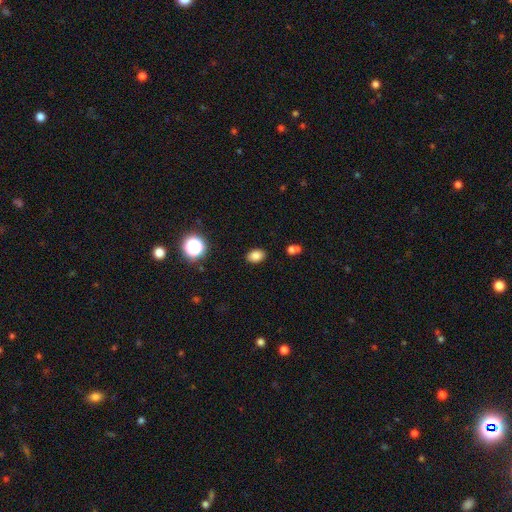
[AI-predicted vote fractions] smooth_or_featured: smooth (p=0.83) [alt: star or artifact p=0.12]
how_rounded: in between (p=0.81) [alt: round p=0.18]
merging: none (p=0.87) [alt: minor disturbance p=0.08]